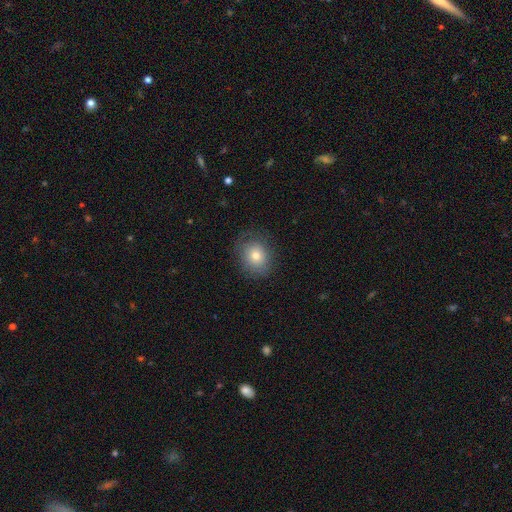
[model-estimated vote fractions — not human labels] Smooth or featured? smooth (74%)
How rounded? round (72%)
Merging? none (78%)